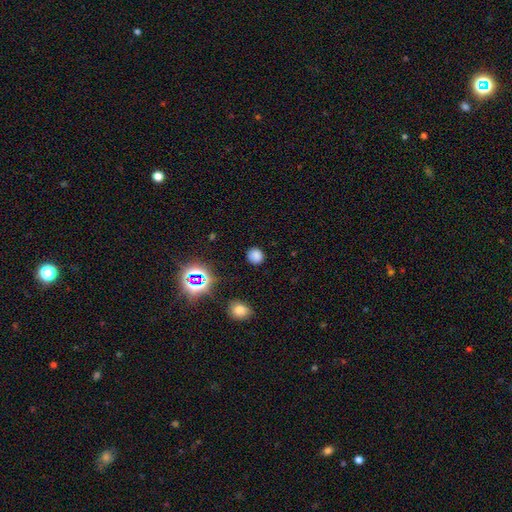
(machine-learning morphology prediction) This is likely a smooth galaxy (75%). How rounded: clearly round (82%). Merging: clearly none (86%).